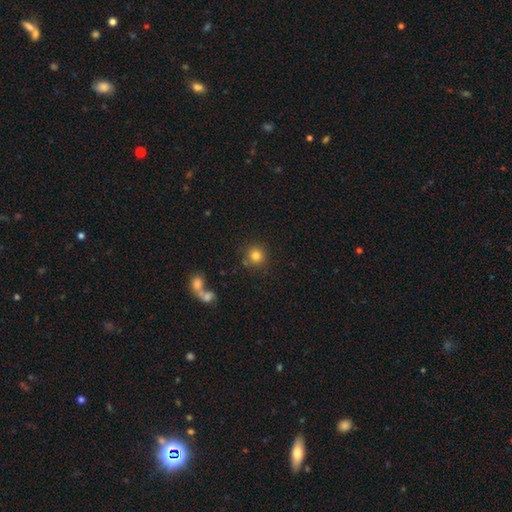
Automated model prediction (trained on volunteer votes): Smooth or featured: smooth — 82% (star or artifact — 11%)
How rounded: round — 92% (in between — 7%)
Merging: none — 80% (minor disturbance — 8%)